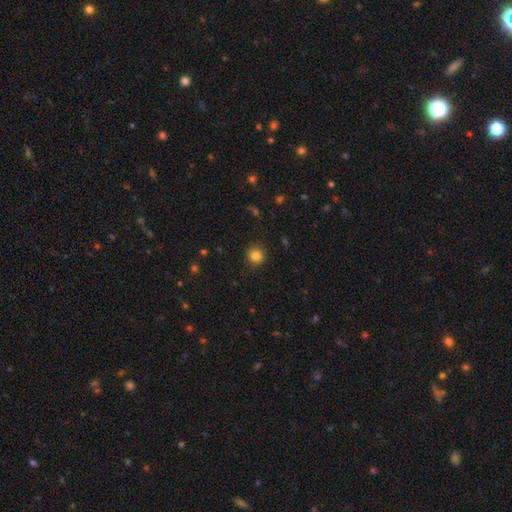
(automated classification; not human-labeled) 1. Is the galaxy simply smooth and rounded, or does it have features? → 84% smooth, 11% star or artifact, 5% featured or disk.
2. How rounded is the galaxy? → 91% round, 8% in between, 1% cigar-shaped.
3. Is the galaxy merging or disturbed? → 89% none, 8% minor disturbance, 2% major disturbance, 1% merger.